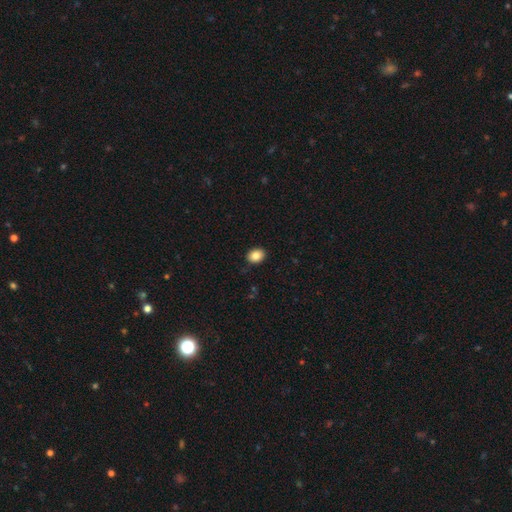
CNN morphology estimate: A smooth galaxy with no disk features (86%) that is in between round and cigar-shaped (59%). Merging: none (90%).